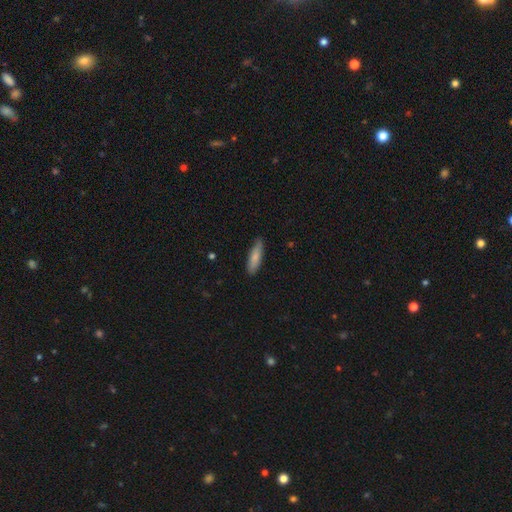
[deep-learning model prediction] Smooth or featured? smooth (76%)
How rounded? cigar-shaped (75%)
Merging? none (87%)